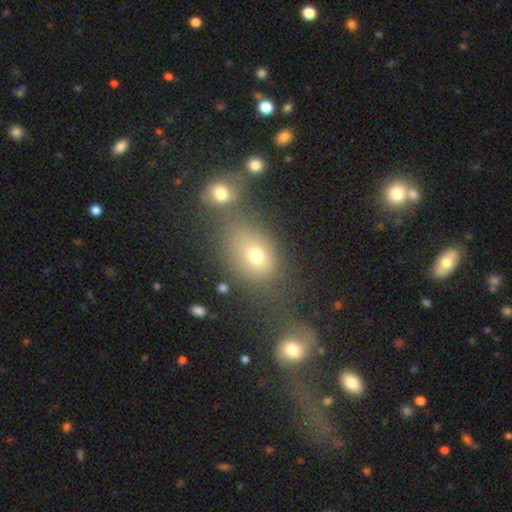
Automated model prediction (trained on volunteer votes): A smooth galaxy with no disk features (70%) that is in between round and cigar-shaped (59%). Merging: none (53%).